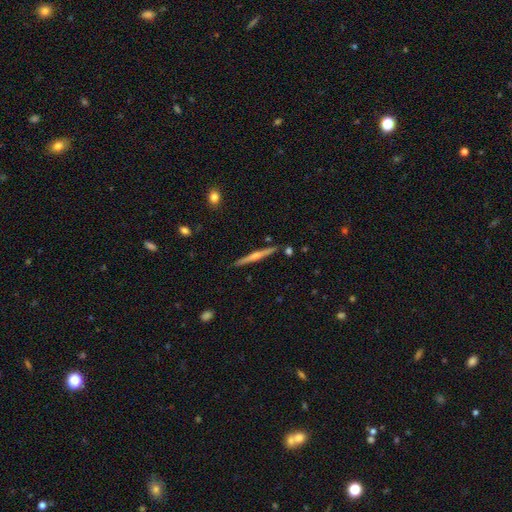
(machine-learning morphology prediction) smooth-or-featured: featured or disk: 64% | smooth: 30% | star or artifact: 6%
  disk-edge-on: yes: 98% | no: 2%
    edge-on-bulge: rounded: 70% | none: 22% | boxy: 8%
  merging: none: 89% | minor disturbance: 7% | merger: 2% | major disturbance: 1%